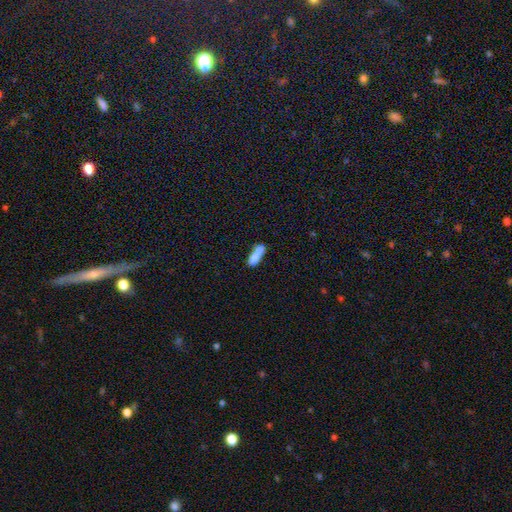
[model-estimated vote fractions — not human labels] A smooth galaxy with no disk features (78%) that is cigar-shaped (55%). Merging: none (42%).